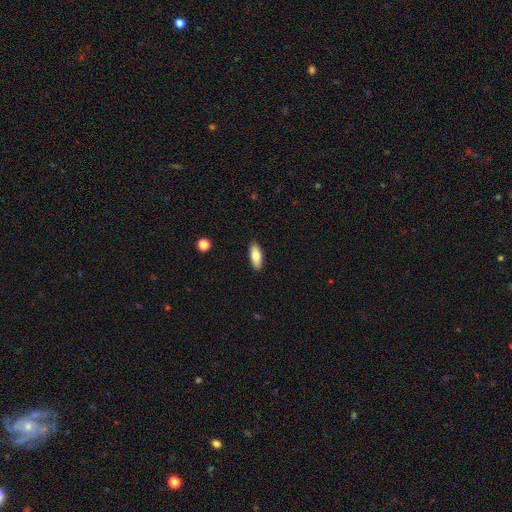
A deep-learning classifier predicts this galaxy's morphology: smooth 78%, featured or disk 16%, star or artifact 6%. Down the decision tree: how rounded — in between (74%); merging — none (89%).